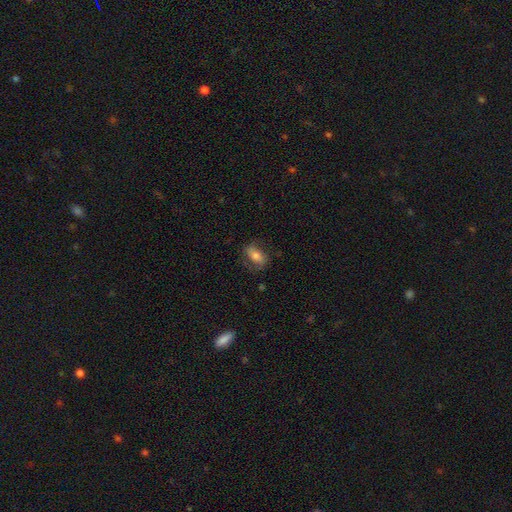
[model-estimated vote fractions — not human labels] A smooth galaxy with no disk features (59%) that is in between round and cigar-shaped (84%). Merging: none (71%).